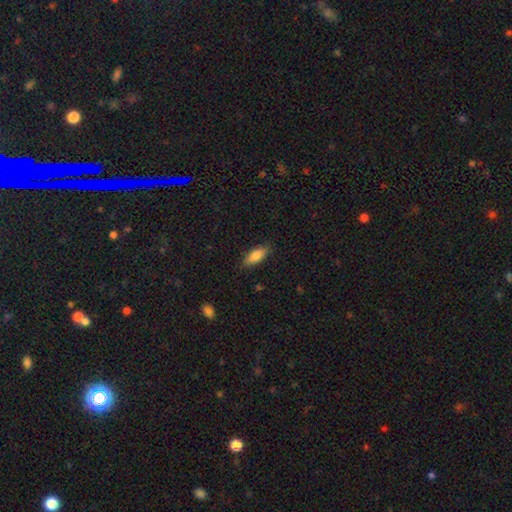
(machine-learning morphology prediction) Smooth or featured? Predicted: smooth (p=0.79). How rounded? Predicted: in between (p=0.72). Merging? Predicted: none (p=0.84).